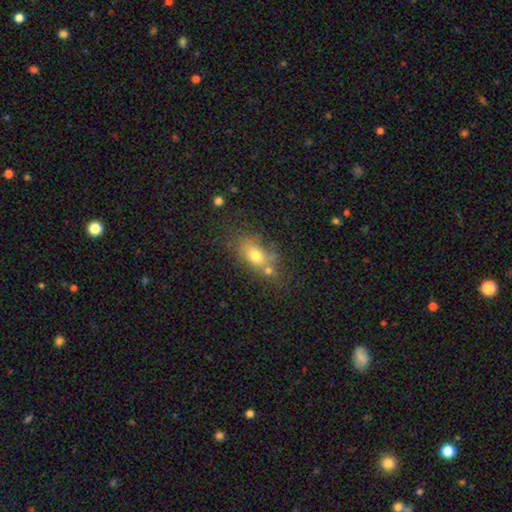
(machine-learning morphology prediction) type=smooth (71%); roundness=in between (74%); merging=none (46%).